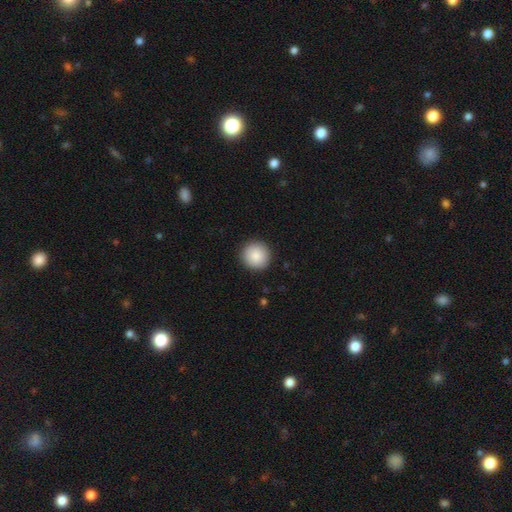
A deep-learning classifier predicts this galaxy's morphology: type=smooth (88%); roundness=round (95%); merging=none (92%).